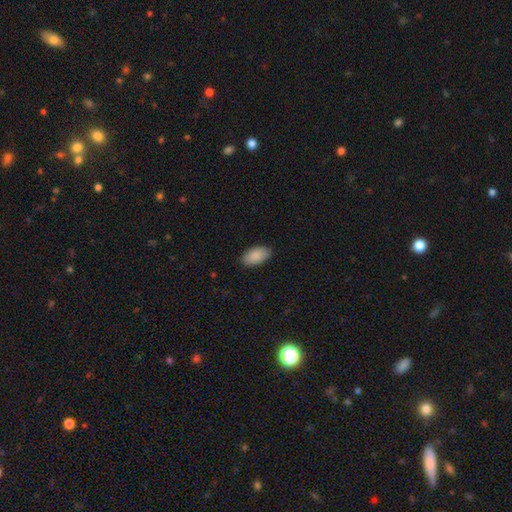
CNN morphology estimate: Smooth or featured? Predicted: smooth (p=0.90). How rounded? Predicted: in between (p=0.95). Merging? Predicted: none (p=0.88).